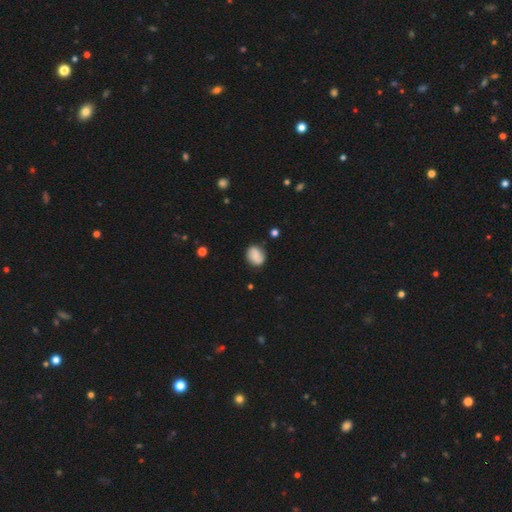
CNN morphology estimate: smooth 74%, featured or disk 17%, star or artifact 9%. Down the decision tree: how rounded — round (50%); merging — none (79%).